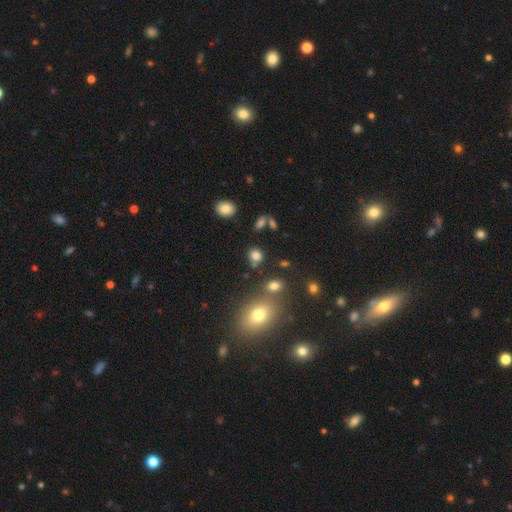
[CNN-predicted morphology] Smooth or featured: smooth — 79% (star or artifact — 14%)
How rounded: round — 68% (in between — 30%)
Merging: none — 70% (merger — 13%)